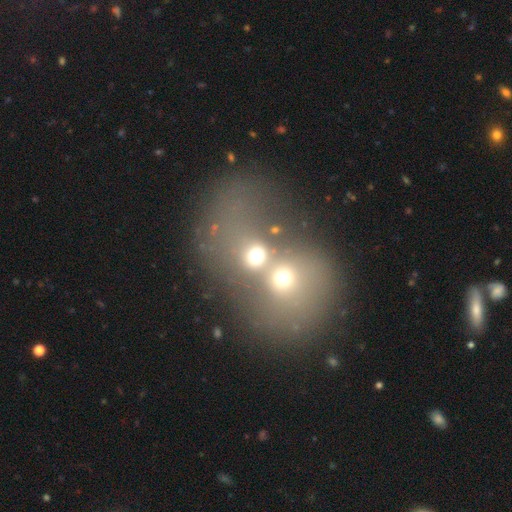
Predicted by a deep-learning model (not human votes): Smooth or featured? smooth (51%)
How rounded? round (64%)
Merging? merger (79%)